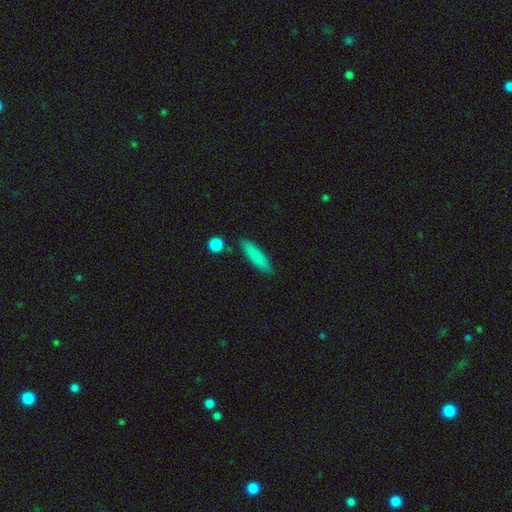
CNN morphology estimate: type=smooth (83%); roundness=cigar-shaped (75%); merging=none (84%).